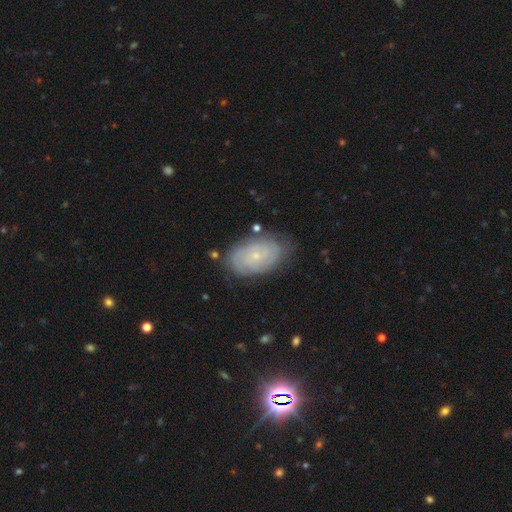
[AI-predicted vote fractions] The model was most divided on "spiral arm count": can't tell: 51%, 2: 24%, 3: 10%, 4: 7%, more than 4: 4%, 1: 4%. More confident: edge-on disk — no (96%); spiral arms — yes (86%); bulge size — small (82%); bar — no (79%); spiral winding — tight (76%); merging — none (75%); smooth or featured — featured or disk (68%).